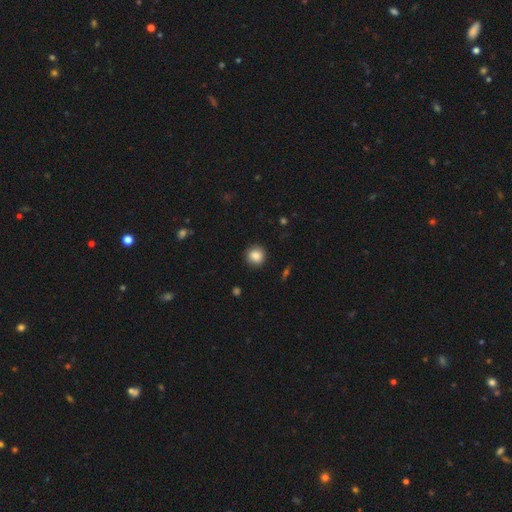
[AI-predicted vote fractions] Smooth or featured? smooth (86%)
How rounded? round (90%)
Merging? none (88%)